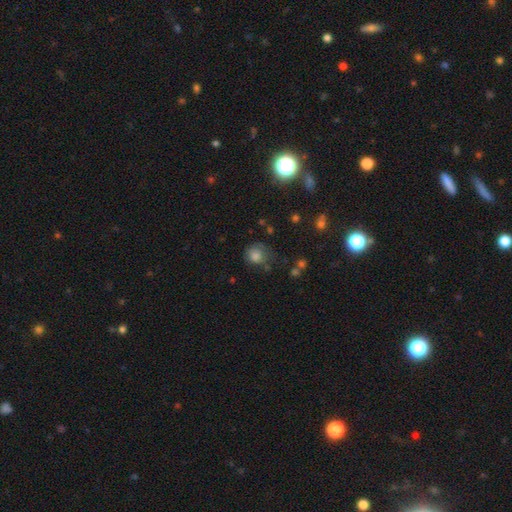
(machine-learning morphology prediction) Q: Smooth or featured?
A: smooth (78%); runner-up: star or artifact (11%)
Q: How rounded?
A: round (78%); runner-up: in between (21%)
Q: Merging?
A: none (54%); runner-up: minor disturbance (27%)